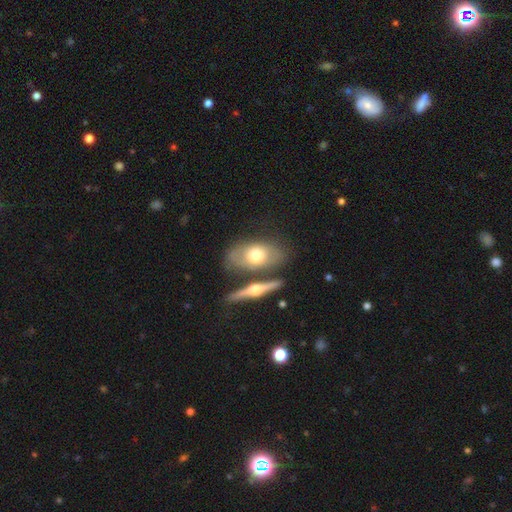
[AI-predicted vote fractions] smooth 52%, featured or disk 42%, star or artifact 6%. Down the decision tree: how rounded — in between (82%); merging — none (61%).